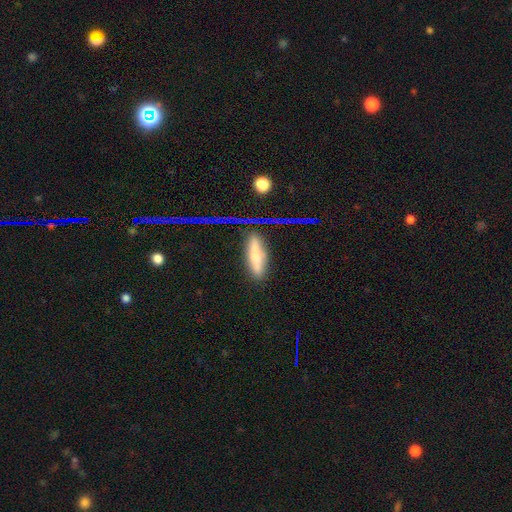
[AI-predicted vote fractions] smooth_or_featured: smooth (p=0.64) [alt: featured or disk p=0.29]
how_rounded: cigar-shaped (p=0.67) [alt: in between p=0.30]
merging: none (p=0.54) [alt: major disturbance p=0.21]